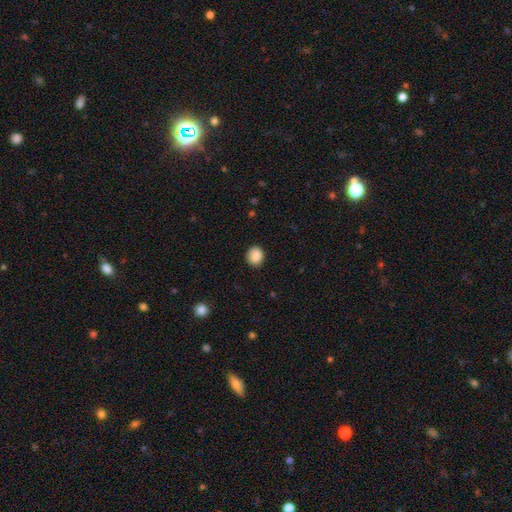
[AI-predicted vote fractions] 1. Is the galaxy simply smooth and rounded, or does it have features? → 88% smooth, 9% star or artifact, 3% featured or disk.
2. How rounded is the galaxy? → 80% round, 19% in between, 1% cigar-shaped.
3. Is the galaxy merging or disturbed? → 88% none, 8% minor disturbance, 2% major disturbance, 1% merger.